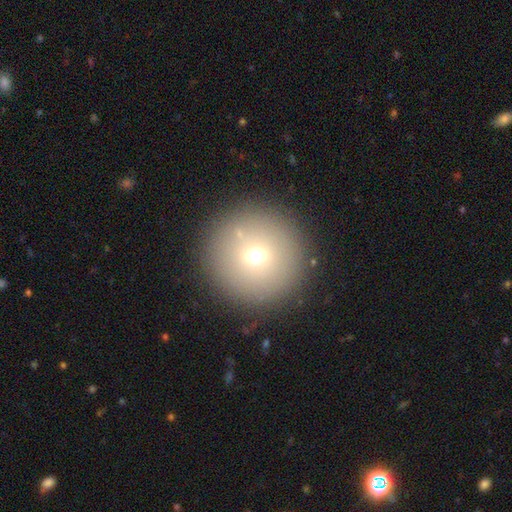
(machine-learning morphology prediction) Smooth or featured?
  - smooth: 67% *
  - star or artifact: 18%
  - featured or disk: 16%
How rounded?
  - round: 97% *
  - in between: 2%
  - cigar-shaped: 1%
Merging?
  - none: 89% *
  - minor disturbance: 6%
  - major disturbance: 3%
  - merger: 2%